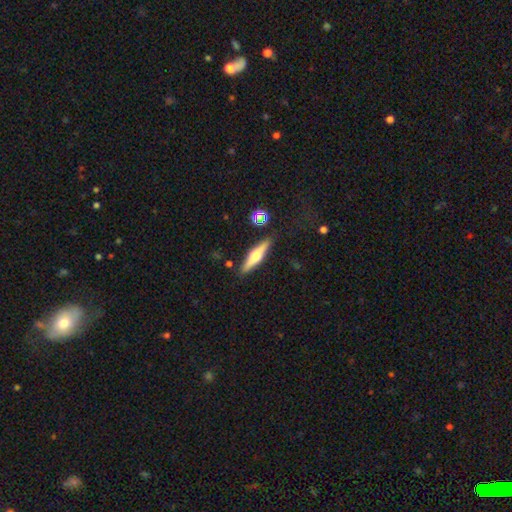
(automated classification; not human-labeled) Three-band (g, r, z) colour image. It shows a featured or disk galaxy (60%) viewed edge-on (95%) with a rounded central bulge (93%). Merging: none (87%).